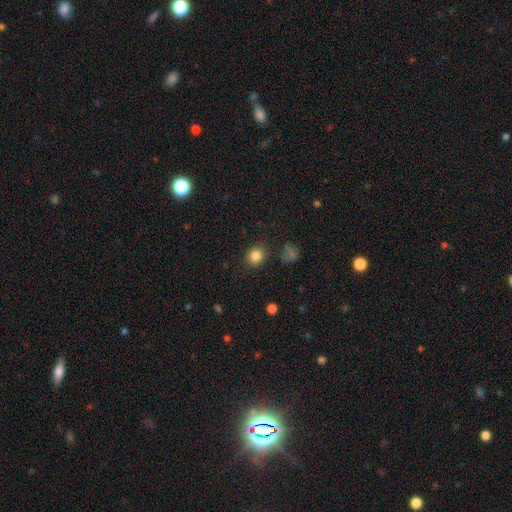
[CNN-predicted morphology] This appears to be a smooth galaxy with no disk features (83%) that is round (74%). Merging: none (85%).